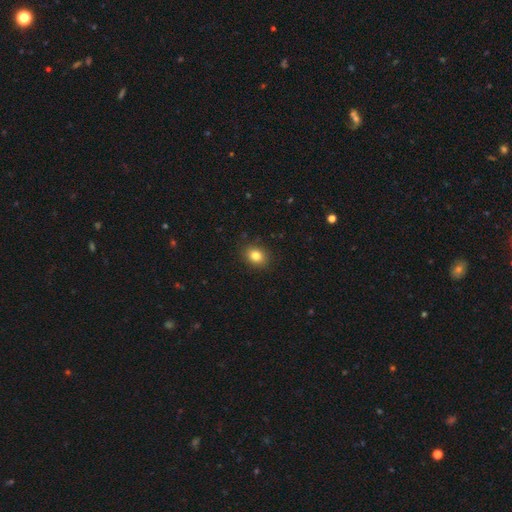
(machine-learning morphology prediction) The model was most divided on "how rounded": round: 52%, in between: 47%, cigar-shaped: 1%. More confident: merging — none (89%); smooth or featured — smooth (83%).